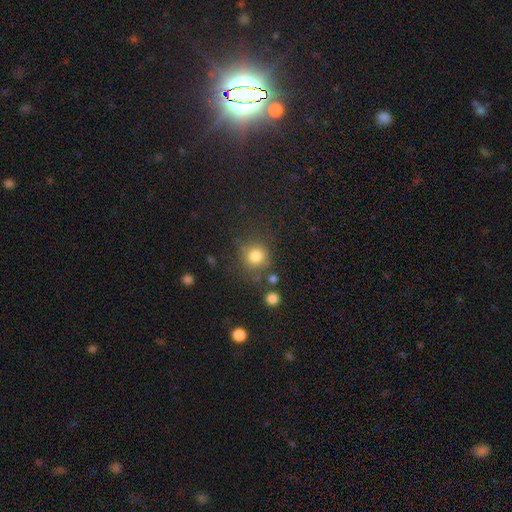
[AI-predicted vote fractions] This is clearly a smooth galaxy (81%). How rounded: clearly round (89%). Merging: likely none (74%).